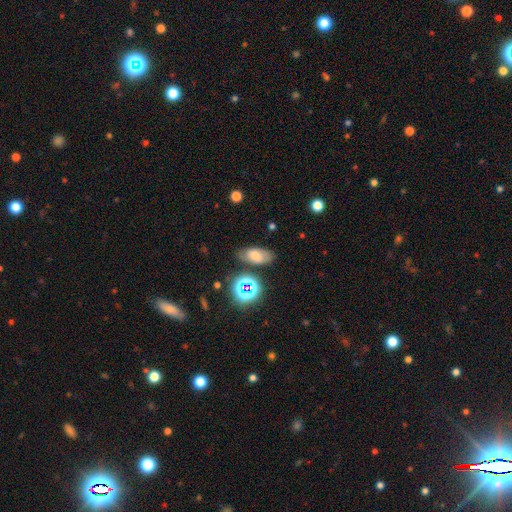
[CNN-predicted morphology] This is likely a smooth galaxy (63%). How rounded: clearly in between (86%). Merging: likely none (75%).